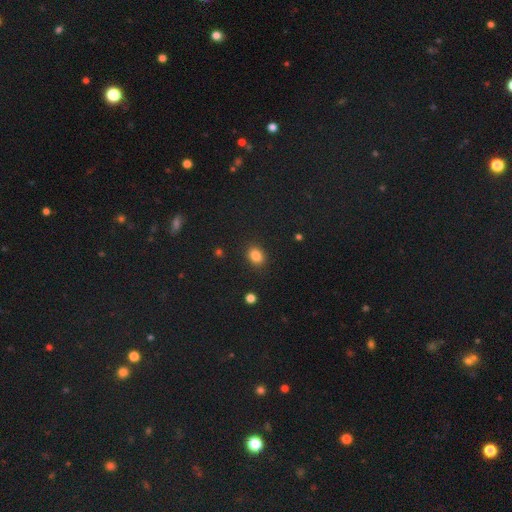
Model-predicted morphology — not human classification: Smooth or featured: smooth — 84% (star or artifact — 11%)
How rounded: in between — 59% (round — 40%)
Merging: none — 87% (minor disturbance — 9%)